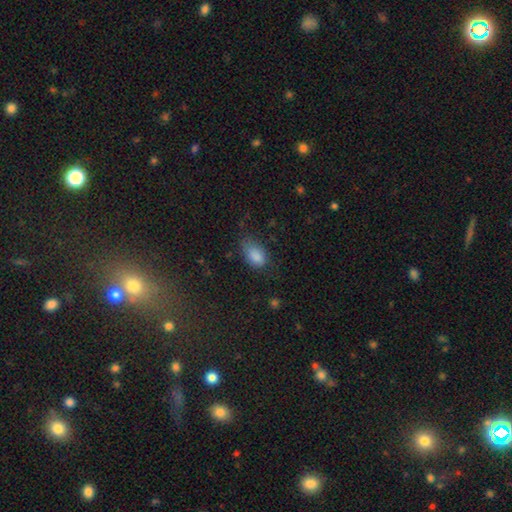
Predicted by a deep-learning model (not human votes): This is clearly a smooth galaxy (85%). How rounded: clearly in between (89%). Merging: possibly none (53%).